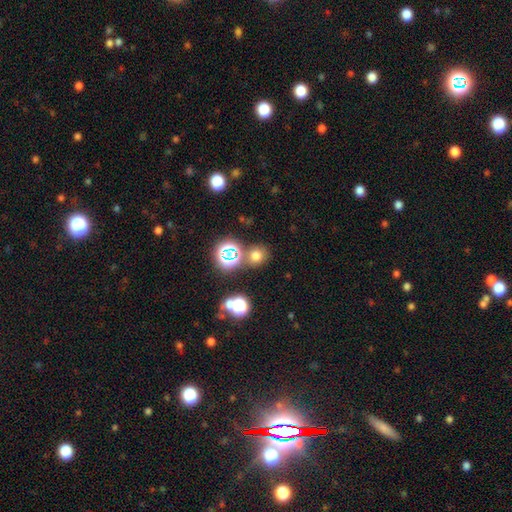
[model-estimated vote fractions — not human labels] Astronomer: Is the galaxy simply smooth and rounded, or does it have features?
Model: smooth — 66%.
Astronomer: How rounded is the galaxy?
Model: round — 78%.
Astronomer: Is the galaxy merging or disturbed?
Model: none — 75%.